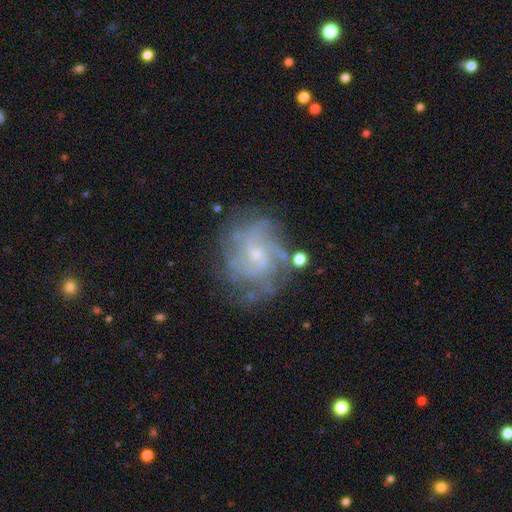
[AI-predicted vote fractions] A featured or disk galaxy (78%) with no bar (65%), tight (49%) spiral arms (88%) and a small central bulge (71%). Merging: none (68%).